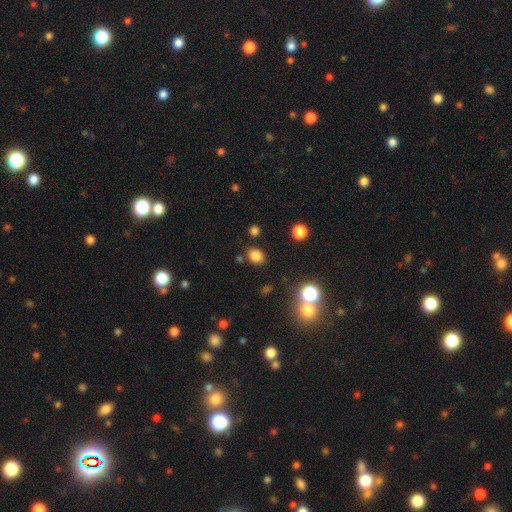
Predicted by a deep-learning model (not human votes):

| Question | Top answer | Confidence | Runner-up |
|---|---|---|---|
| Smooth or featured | smooth | 81% | star or artifact (14%) |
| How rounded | in between | 56% | round (43%) |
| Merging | none | 81% | minor disturbance (11%) |